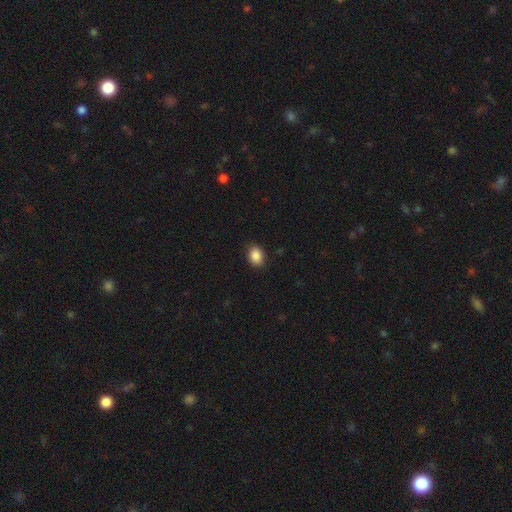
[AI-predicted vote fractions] Overall: smooth (88%). How rounded: in between (71%). Merging: none (89%).